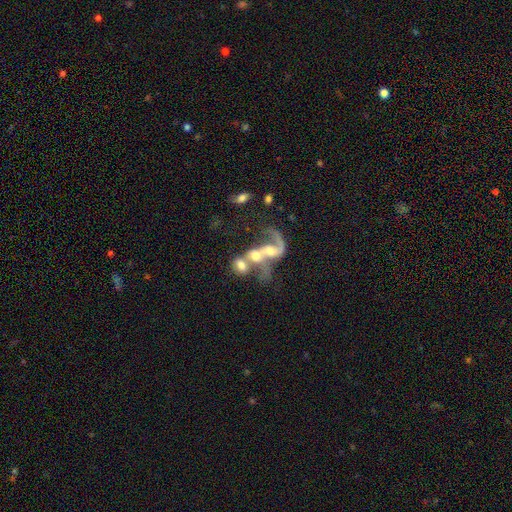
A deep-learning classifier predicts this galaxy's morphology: smooth_or_featured: featured or disk (p=0.66) [alt: smooth p=0.24]
disk_edge_on: no (p=0.96) [alt: yes p=0.04]
bar: no (p=0.59) [alt: weak p=0.30]
has_spiral_arms: yes (p=0.73) [alt: no p=0.27]
bulge_size: moderate (p=0.50) [alt: small p=0.22]
merging: merger (p=0.77) [alt: major disturbance p=0.10]